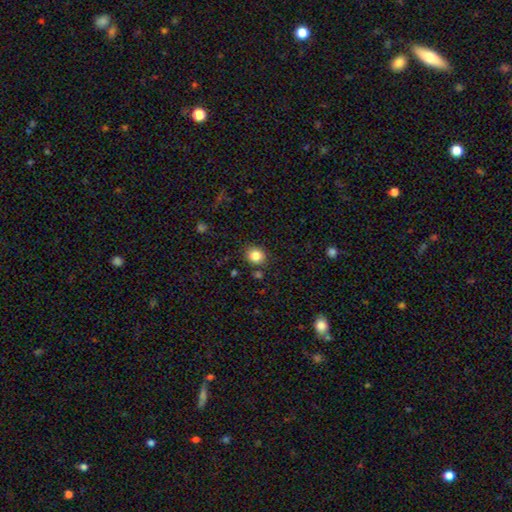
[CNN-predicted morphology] Overall: smooth (84%). How rounded: round (81%). Merging: none (84%).